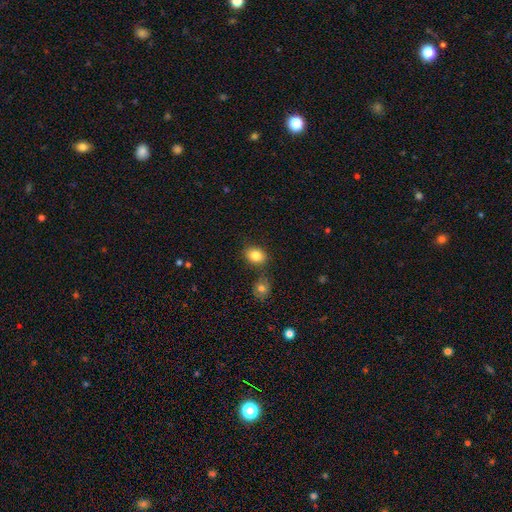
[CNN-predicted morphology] This is clearly a smooth galaxy (83%). How rounded: possibly in between (54%). Merging: likely none (75%).